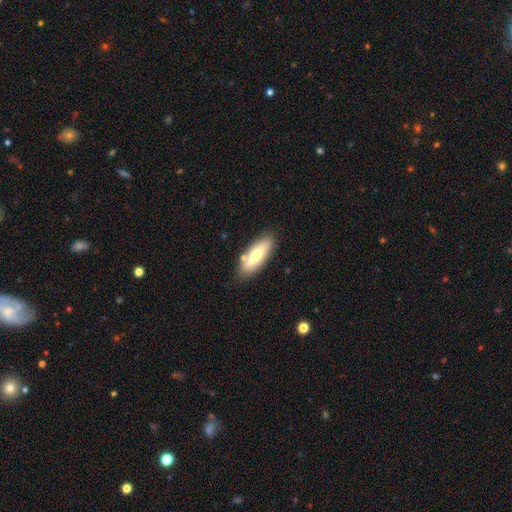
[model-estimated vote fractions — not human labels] This is likely a smooth galaxy (61%). How rounded: possibly in between (60%). Merging: clearly none (82%).